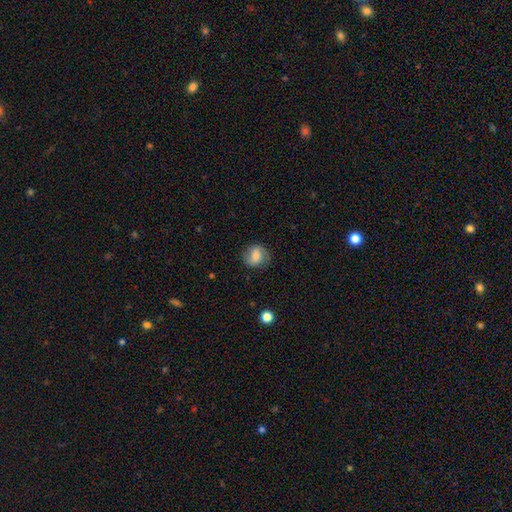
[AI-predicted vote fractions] Q: Smooth or featured?
A: smooth (63%); runner-up: featured or disk (28%)
Q: How rounded?
A: round (73%); runner-up: in between (26%)
Q: Merging?
A: none (78%); runner-up: minor disturbance (15%)